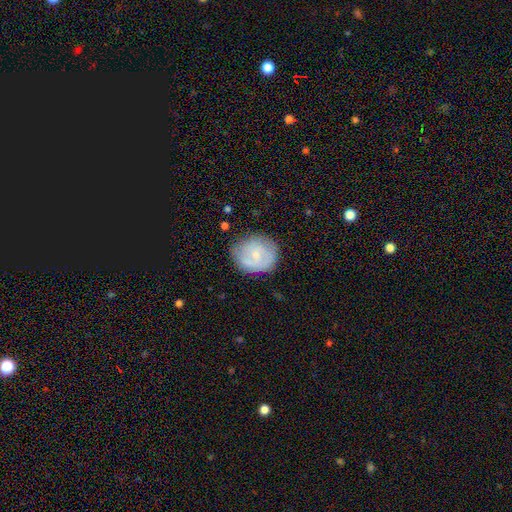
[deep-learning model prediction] Smooth or featured: smooth — 54% (featured or disk — 39%)
How rounded: round — 76% (in between — 23%)
Merging: none — 69% (minor disturbance — 21%)